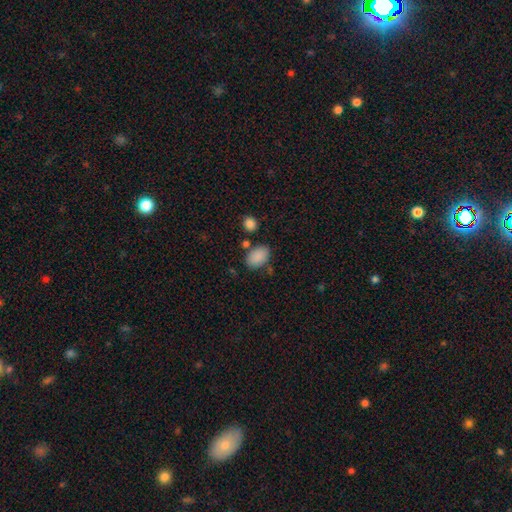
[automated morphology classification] Smooth or featured? Predicted: smooth (p=0.88). How rounded? Predicted: in between (p=0.87). Merging? Predicted: none (p=0.74).